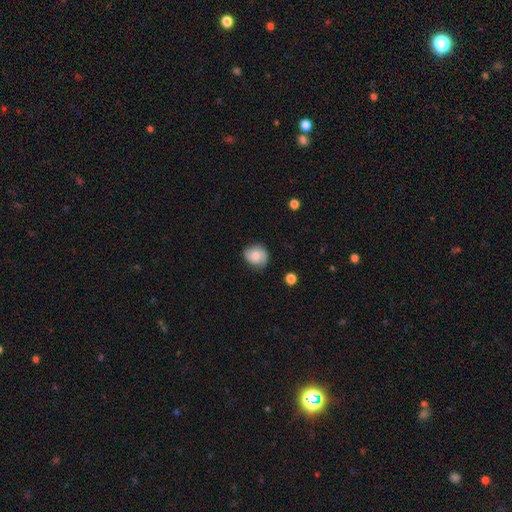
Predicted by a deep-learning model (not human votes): Smooth or featured?
  - smooth: 61% *
  - featured or disk: 30%
  - star or artifact: 9%
How rounded?
  - round: 65% *
  - in between: 34%
  - cigar-shaped: 1%
Merging?
  - none: 72% *
  - minor disturbance: 21%
  - major disturbance: 5%
  - merger: 1%